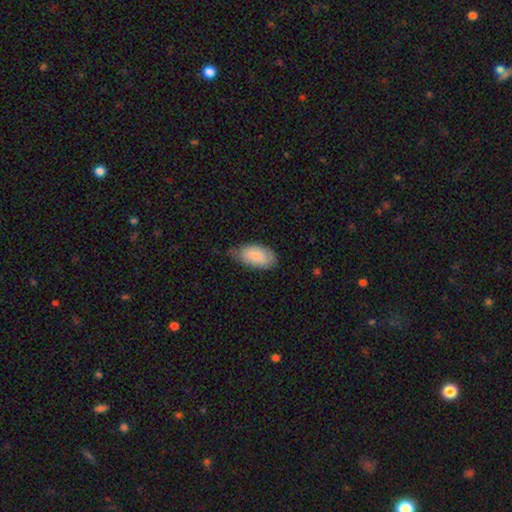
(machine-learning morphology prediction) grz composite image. It shows a smooth galaxy with no disk features (80%) that is in between round and cigar-shaped (94%). Merging: none (61%).